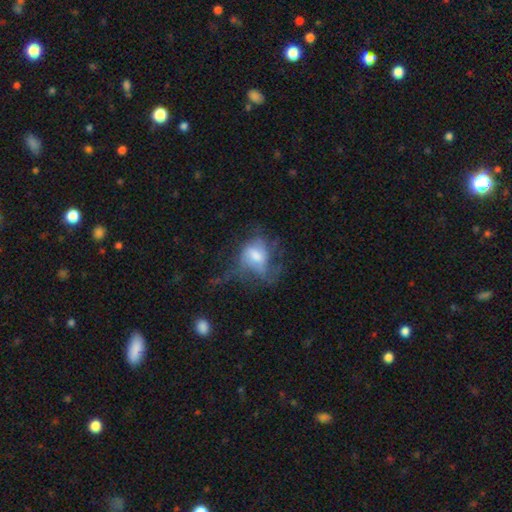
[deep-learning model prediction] This is possibly a featured or disk galaxy (48%). Merging: marginally major disturbance (44%).